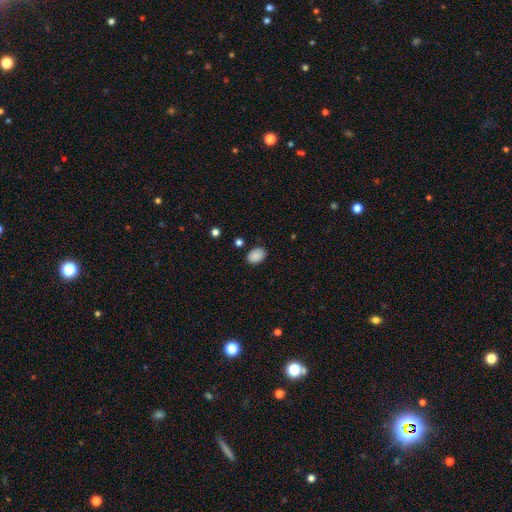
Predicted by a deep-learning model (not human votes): This appears to be a smooth galaxy with no disk features (88%) that is in between round and cigar-shaped (77%). Merging: none (84%).